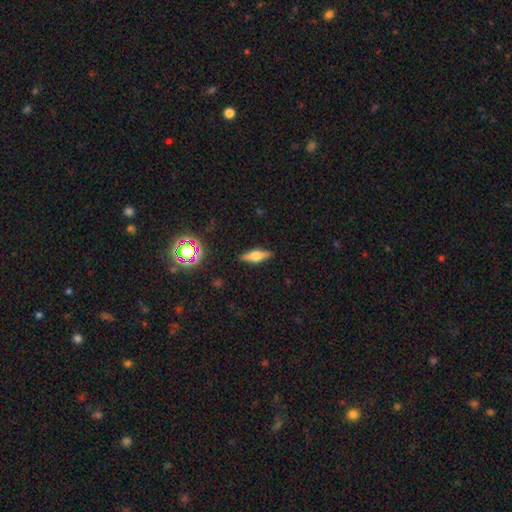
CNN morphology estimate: This is possibly a featured or disk galaxy (56%). It is clearly viewed edge-on (94%). Edge-on bulge: clearly rounded (90%). Merging: clearly none (89%).